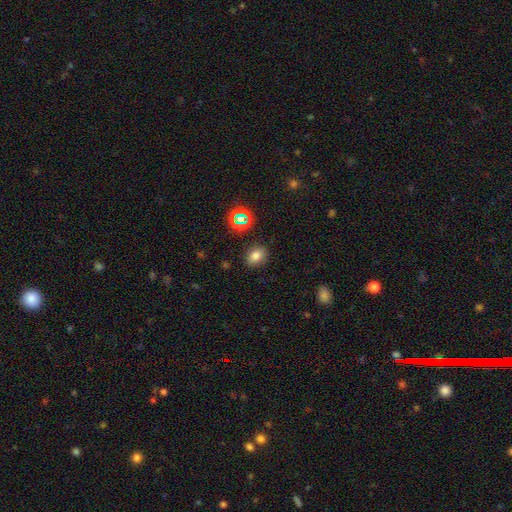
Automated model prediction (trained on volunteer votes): A smooth galaxy with no disk features (75%) that is in between round and cigar-shaped (61%). Merging: none (85%).